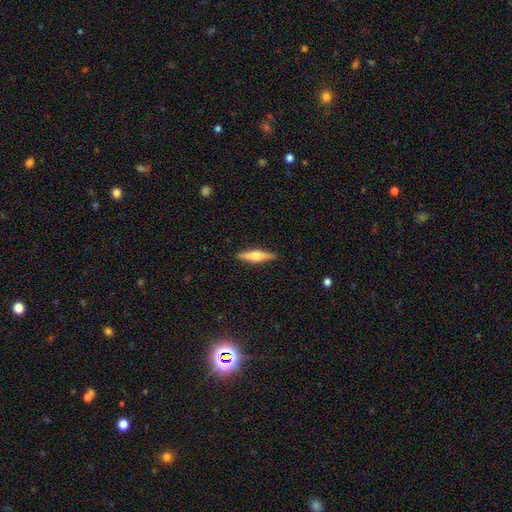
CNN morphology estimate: This appears to be a featured or disk galaxy (57%) viewed edge-on (97%) with a rounded central bulge (86%). Merging: none (90%).